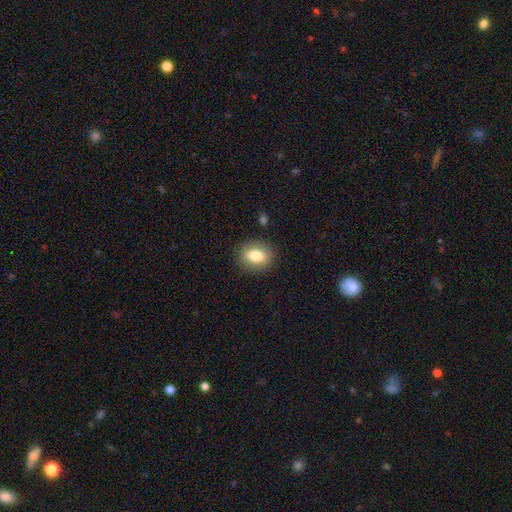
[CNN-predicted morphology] This appears to be a smooth galaxy with no disk features (77%) that is in between round and cigar-shaped (60%). Merging: none (86%).